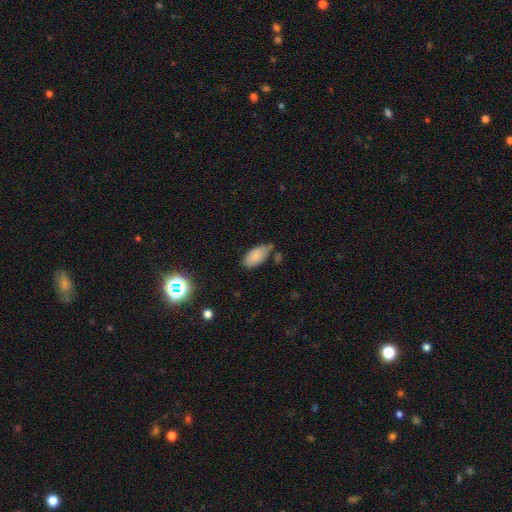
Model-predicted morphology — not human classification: smooth-or-featured: smooth: 85% | featured or disk: 8% | star or artifact: 7%
  how-rounded: in between: 94% | cigar-shaped: 4% | round: 2%
  merging: none: 62% | minor disturbance: 25% | merger: 8% | major disturbance: 5%